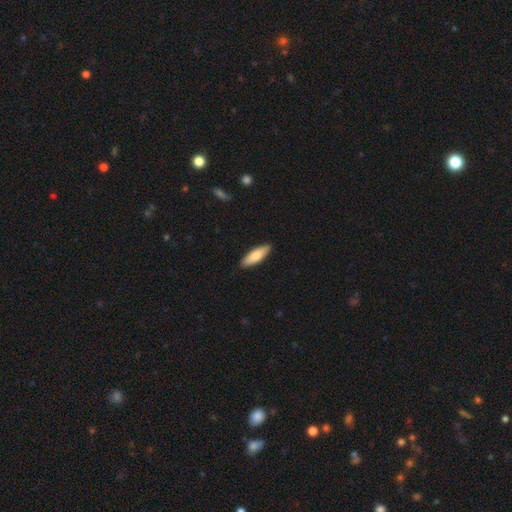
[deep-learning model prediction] Smooth or featured? Predicted: smooth (p=0.75). How rounded? Predicted: in between (p=0.50). Merging? Predicted: none (p=0.90).